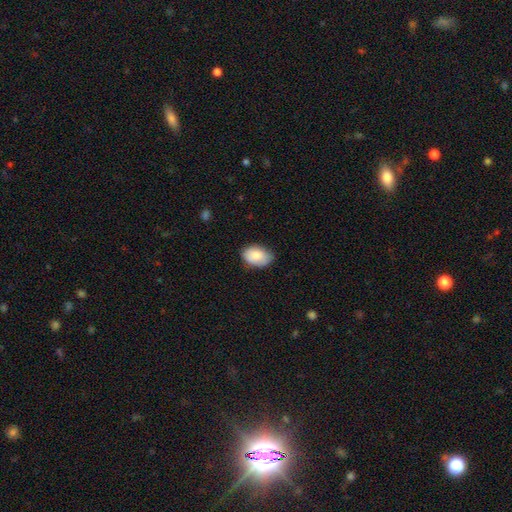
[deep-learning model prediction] Overall: smooth (84%). How rounded: in between (86%). Merging: none (74%).